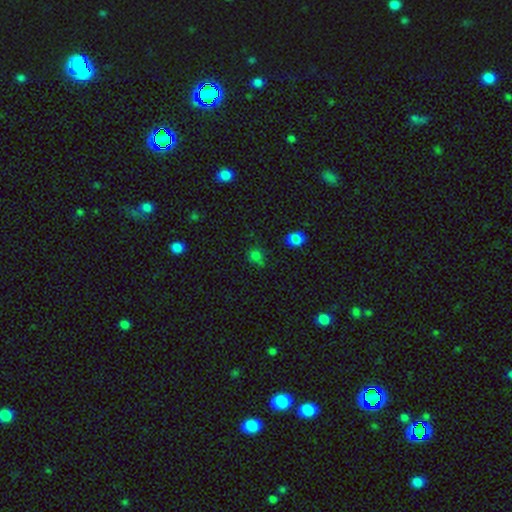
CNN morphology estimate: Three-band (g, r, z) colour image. It shows a smooth galaxy with no disk features (72%) that is round (73%). Merging: none (67%).